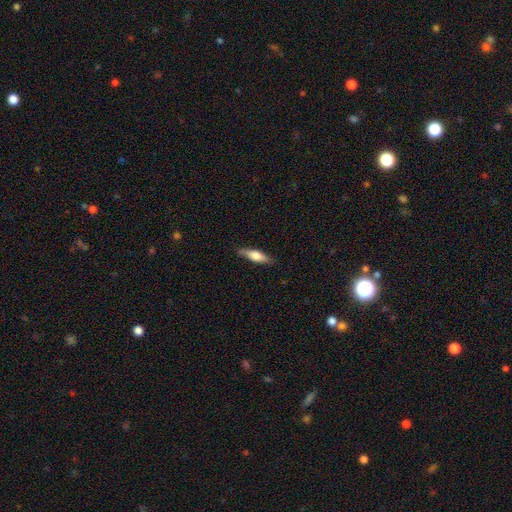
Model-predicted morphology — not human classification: smooth-or-featured: smooth: 56% | featured or disk: 38% | star or artifact: 6%
  how-rounded: cigar-shaped: 60% | in between: 38% | round: 2%
  merging: none: 85% | minor disturbance: 12% | major disturbance: 2% | merger: 1%